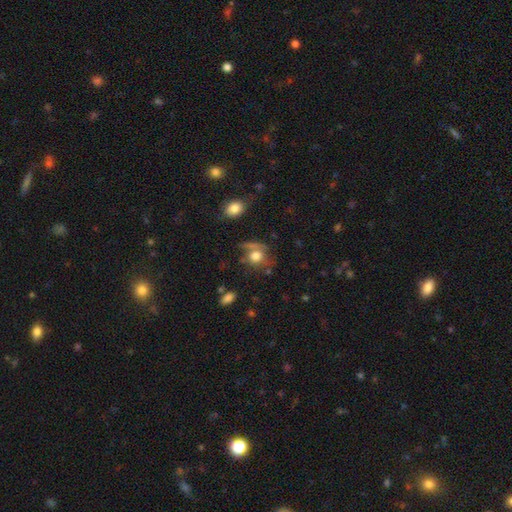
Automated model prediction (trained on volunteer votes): This is likely a smooth galaxy (69%). How rounded: likely round (69%). Merging: possibly none (50%).